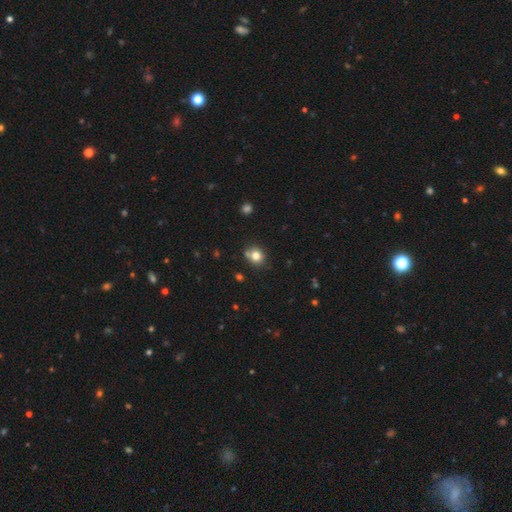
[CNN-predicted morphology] This is likely a smooth galaxy (79%). How rounded: likely round (77%). Merging: likely none (70%).